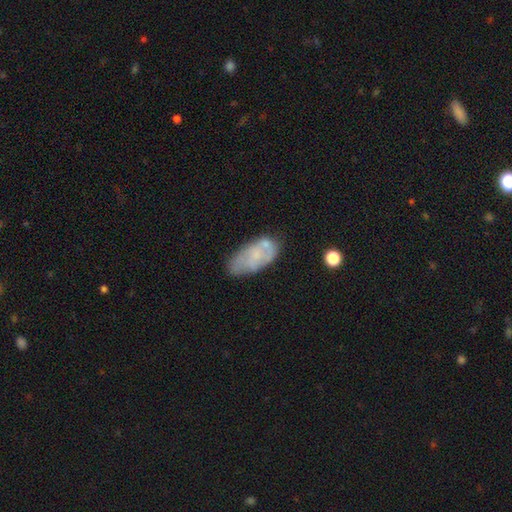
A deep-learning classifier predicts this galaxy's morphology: This appears to be a smooth galaxy with no disk features (49%). Merging: none (53%).